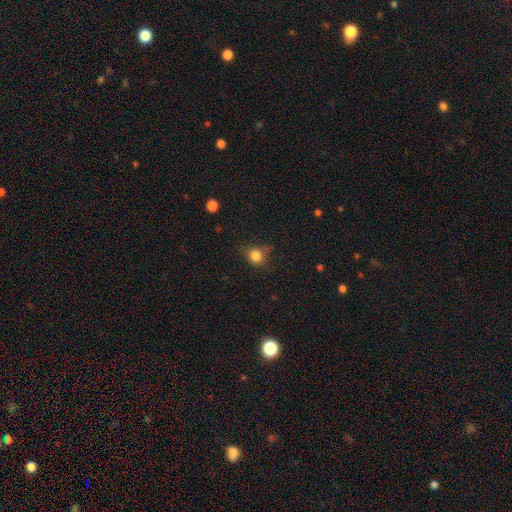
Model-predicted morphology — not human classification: Smooth or featured? Predicted: smooth (p=0.81). How rounded? Predicted: round (p=0.72). Merging? Predicted: none (p=0.66).